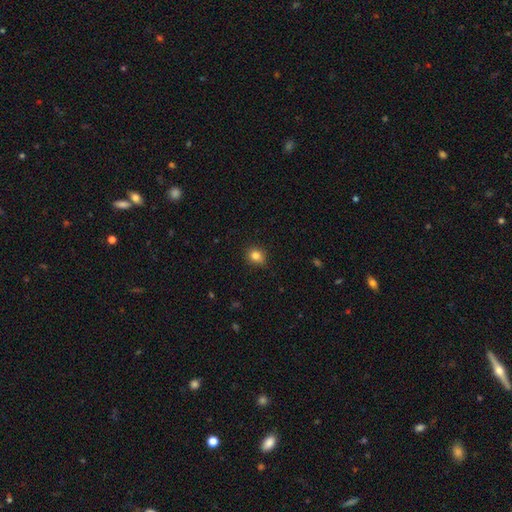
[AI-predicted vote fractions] Smooth or featured? Predicted: smooth (p=0.83). How rounded? Predicted: round (p=0.75). Merging? Predicted: none (p=0.81).